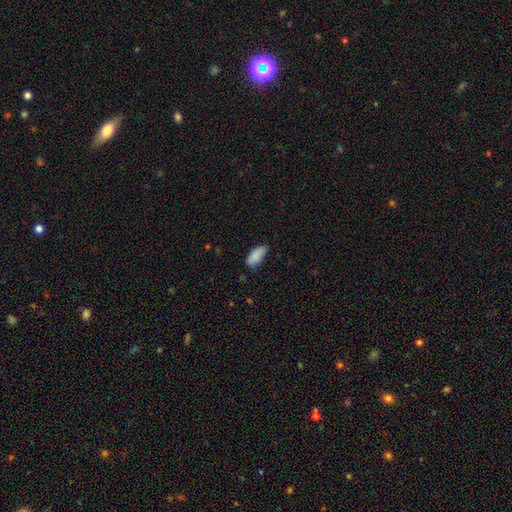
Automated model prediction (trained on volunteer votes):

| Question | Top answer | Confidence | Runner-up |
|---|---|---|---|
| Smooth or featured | smooth | 88% | star or artifact (7%) |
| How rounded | in between | 87% | cigar-shaped (11%) |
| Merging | none | 66% | minor disturbance (29%) |